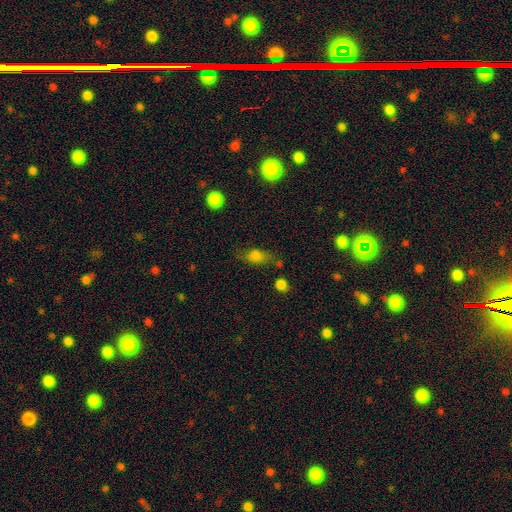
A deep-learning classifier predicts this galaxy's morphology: This is likely a smooth galaxy (76%). How rounded: likely in between (77%). Merging: possibly none (55%).